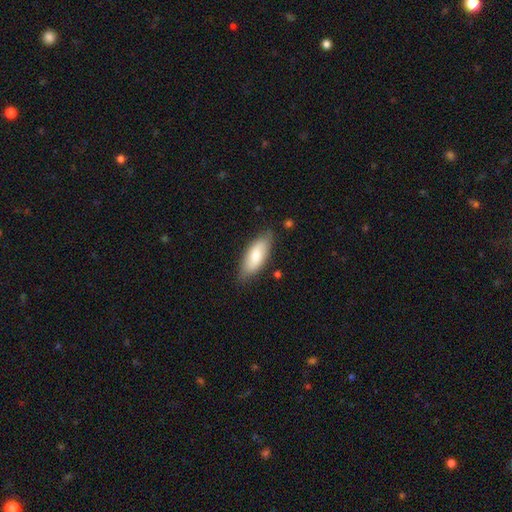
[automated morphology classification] A smooth galaxy with no disk features (72%) that is in between round and cigar-shaped (80%). Merging: none (78%).